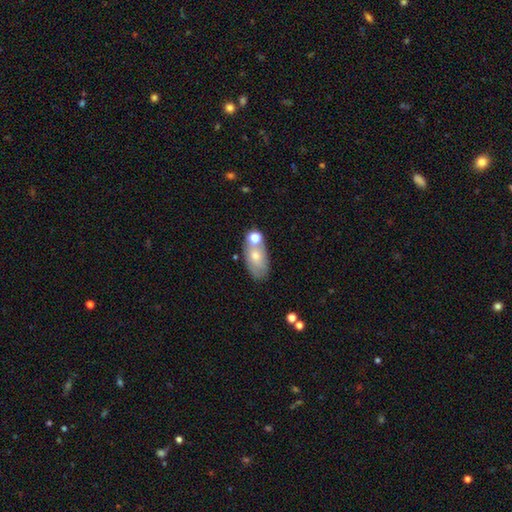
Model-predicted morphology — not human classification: Smooth or featured? Predicted: smooth (p=0.66). How rounded? Predicted: in between (p=0.90). Merging? Predicted: none (p=0.54).